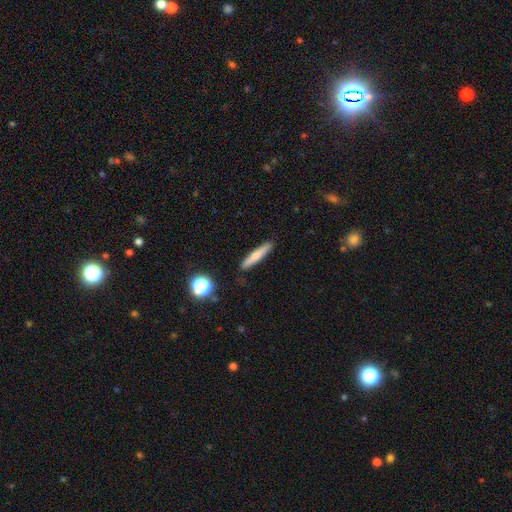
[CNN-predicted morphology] The model was most divided on "smooth or featured": smooth: 65%, featured or disk: 27%, star or artifact: 8%. More confident: how rounded — cigar-shaped (91%); merging — none (88%).